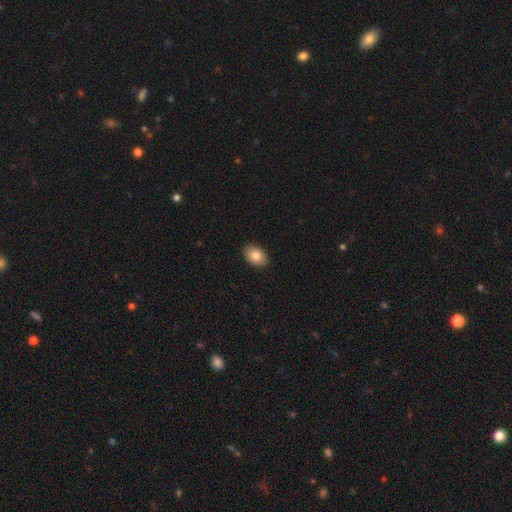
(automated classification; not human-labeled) A smooth galaxy with no disk features (83%) that is in between round and cigar-shaped (85%).

Vote fractions:
- Smooth or featured? smooth: 83% / featured or disk: 9% / star or artifact: 7%
- How rounded? in between: 85% / round: 14% / cigar-shaped: 1%
- Merging? none: 90% / minor disturbance: 8% / major disturbance: 2% / merger: 1%